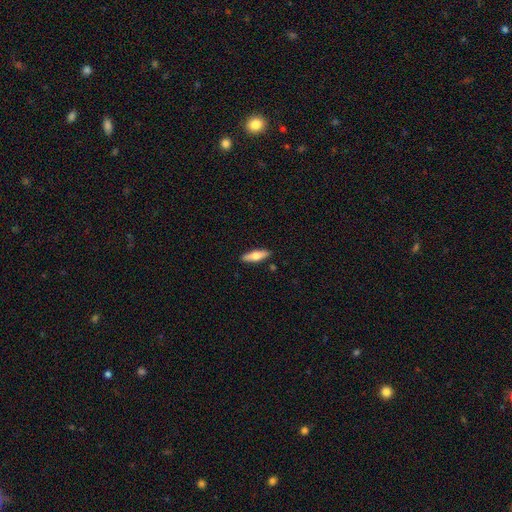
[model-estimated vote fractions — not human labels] smooth-or-featured: smooth: 60% | featured or disk: 35% | star or artifact: 6%
  how-rounded: cigar-shaped: 52% | in between: 46% | round: 2%
  merging: none: 89% | minor disturbance: 8% | major disturbance: 2% | merger: 1%